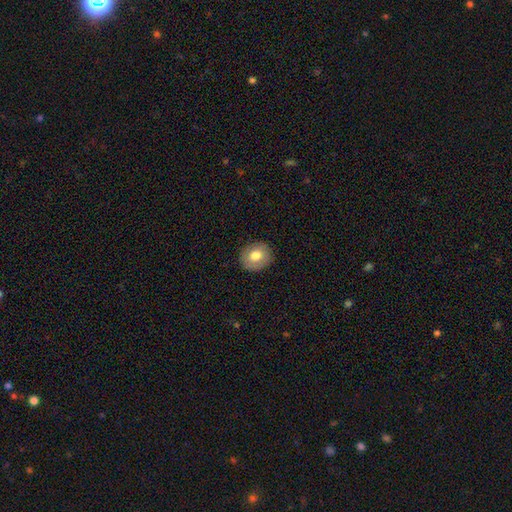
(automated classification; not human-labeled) smooth_or_featured: smooth (p=0.76) [alt: featured or disk p=0.16]
how_rounded: round (p=0.74) [alt: in between p=0.25]
merging: none (p=0.88) [alt: minor disturbance p=0.09]